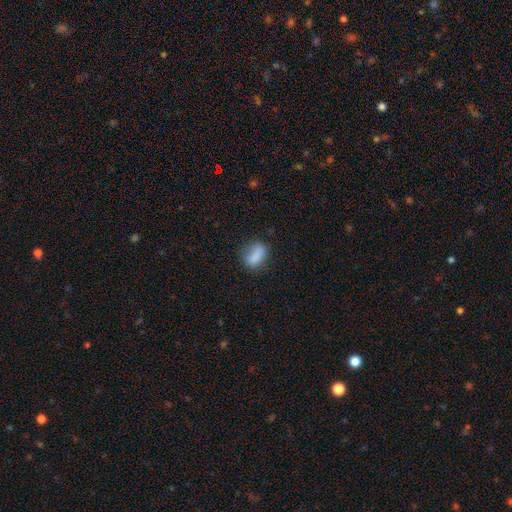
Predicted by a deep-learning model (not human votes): The model was most divided on "merging": none: 59%, minor disturbance: 26%, major disturbance: 11%, merger: 4%. More confident: smooth or featured — smooth (81%); how rounded — in between (81%).